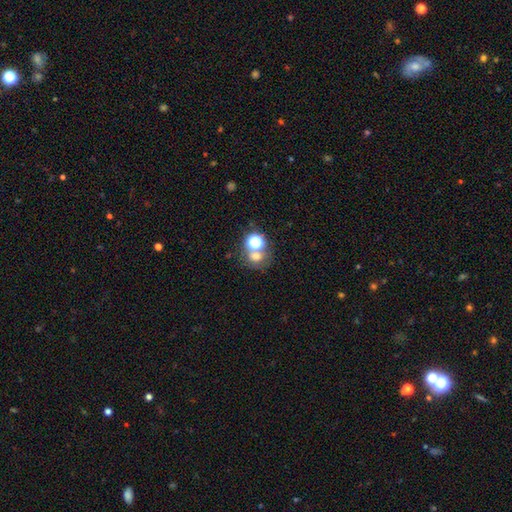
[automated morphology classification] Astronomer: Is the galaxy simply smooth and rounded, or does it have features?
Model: smooth — 60%.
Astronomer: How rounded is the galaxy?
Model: round — 70%.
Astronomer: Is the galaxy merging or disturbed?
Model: none — 48% (runner-up: merger, 37%).